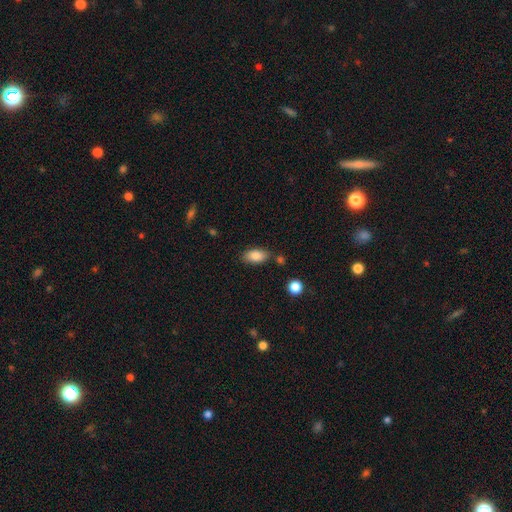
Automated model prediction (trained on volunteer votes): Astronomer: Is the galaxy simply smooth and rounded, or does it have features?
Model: smooth — 86%.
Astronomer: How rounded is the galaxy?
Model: in between — 91%.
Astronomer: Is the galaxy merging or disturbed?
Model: none — 77%.